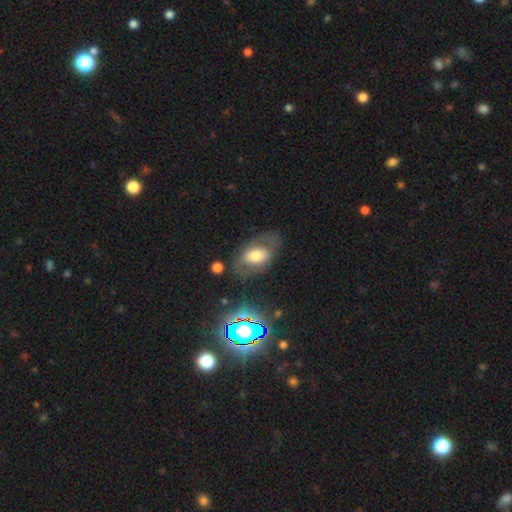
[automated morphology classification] This is possibly a smooth galaxy (52%). How rounded: clearly in between (85%). Merging: likely none (64%).